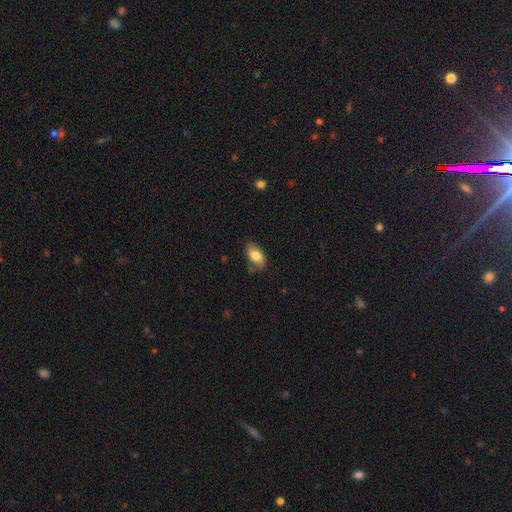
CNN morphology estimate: type=smooth (79%); roundness=in between (92%); merging=none (77%).